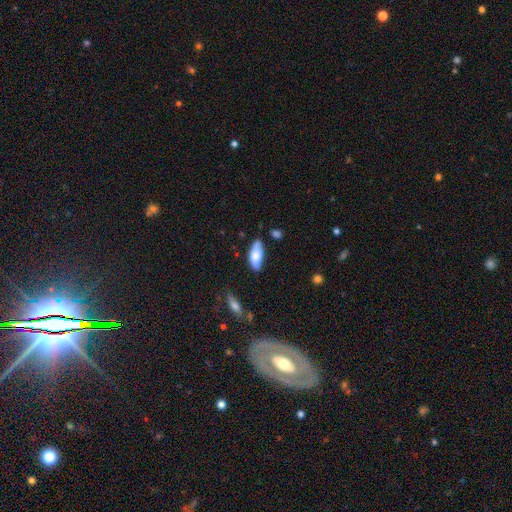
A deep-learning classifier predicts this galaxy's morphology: This appears to be a smooth galaxy with no disk features (73%) that is in between round and cigar-shaped (84%). Merging: none (68%).